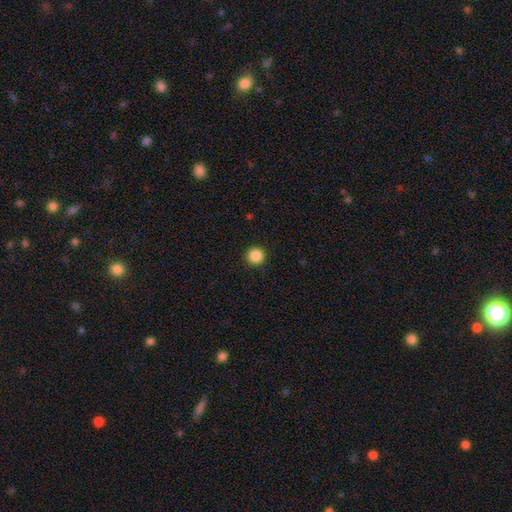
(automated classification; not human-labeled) smooth 87%, star or artifact 10%, featured or disk 3%. Down the decision tree: how rounded — round (96%); merging — none (93%).